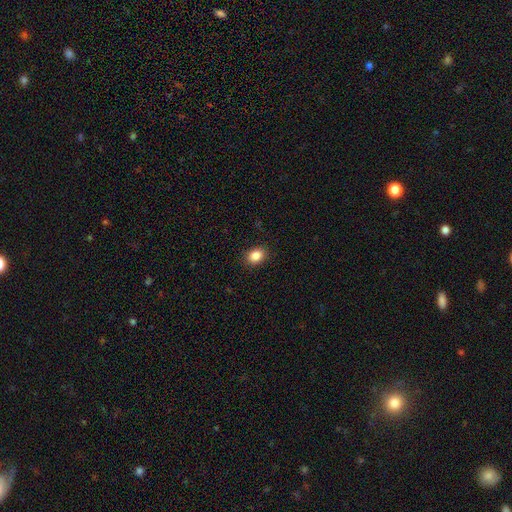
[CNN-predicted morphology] type=smooth (86%); roundness=in between (57%); merging=none (90%).